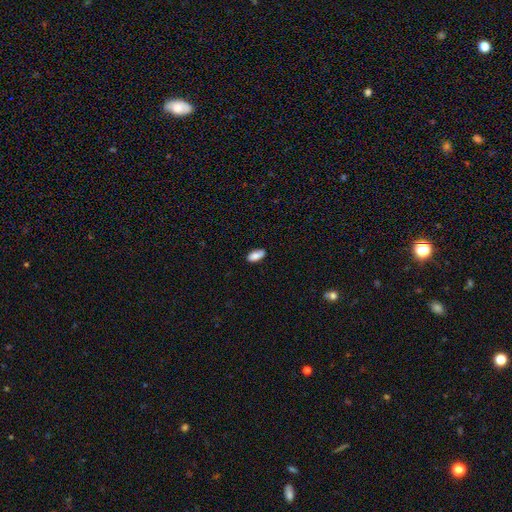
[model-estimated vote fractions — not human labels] Smooth or featured: smooth — 87% (star or artifact — 7%)
How rounded: in between — 90% (cigar-shaped — 8%)
Merging: none — 79% (minor disturbance — 17%)